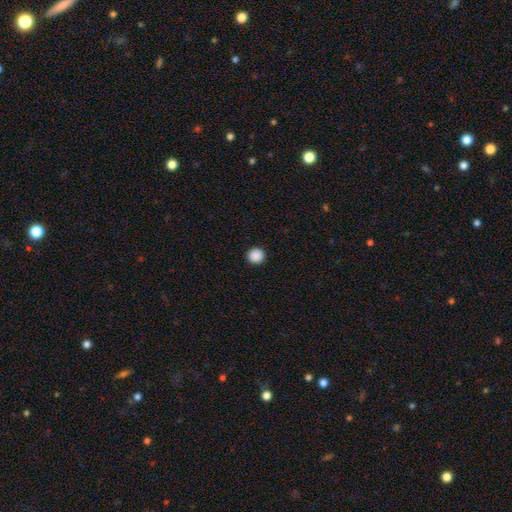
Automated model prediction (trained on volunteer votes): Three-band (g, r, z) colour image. It shows a smooth galaxy with no disk features (89%) that is round (94%). Merging: none (93%).